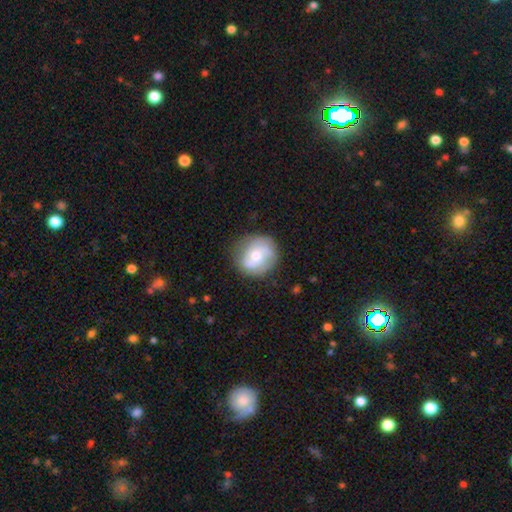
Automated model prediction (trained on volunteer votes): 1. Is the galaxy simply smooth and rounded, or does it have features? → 62% featured or disk, 32% smooth, 7% star or artifact.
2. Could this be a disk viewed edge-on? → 97% no, 3% yes.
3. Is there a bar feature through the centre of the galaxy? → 66% no, 28% weak, 6% strong.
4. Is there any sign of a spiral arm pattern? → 84% yes, 16% no.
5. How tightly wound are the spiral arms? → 41% medium, 37% tight, 21% loose.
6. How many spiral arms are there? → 57% 2, 20% can't tell, 13% 3, 5% 1, 3% 4, 2% more than 4.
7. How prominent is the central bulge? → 67% moderate, 26% small, 5% large, 1% none, 1% dominant.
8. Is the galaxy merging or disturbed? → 79% none, 15% minor disturbance, 5% major disturbance, 1% merger.